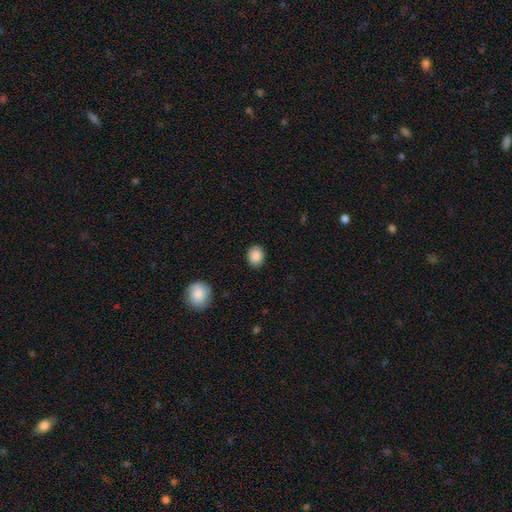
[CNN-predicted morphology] This is clearly a smooth galaxy (88%). How rounded: possibly round (57%). Merging: clearly none (89%).